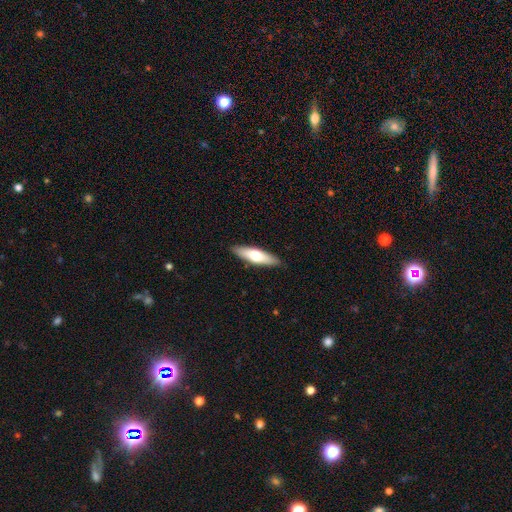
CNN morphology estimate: smooth-or-featured: smooth: 60% | featured or disk: 34% | star or artifact: 5%
  how-rounded: cigar-shaped: 58% | in between: 40% | round: 2%
  merging: none: 89% | minor disturbance: 9% | major disturbance: 2% | merger: 1%